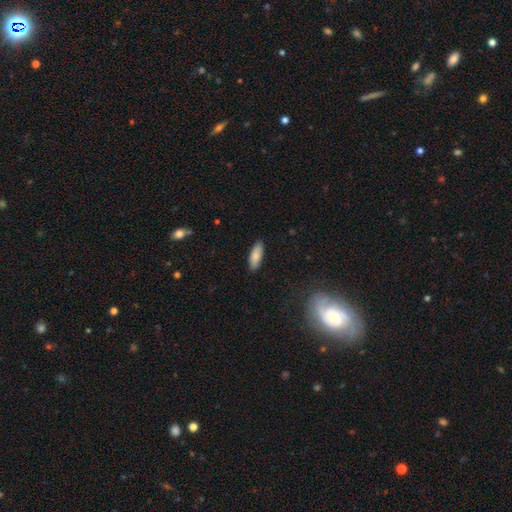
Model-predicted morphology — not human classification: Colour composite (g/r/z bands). It shows a smooth galaxy with no disk features (83%) that is in between round and cigar-shaped (67%). Merging: none (89%).